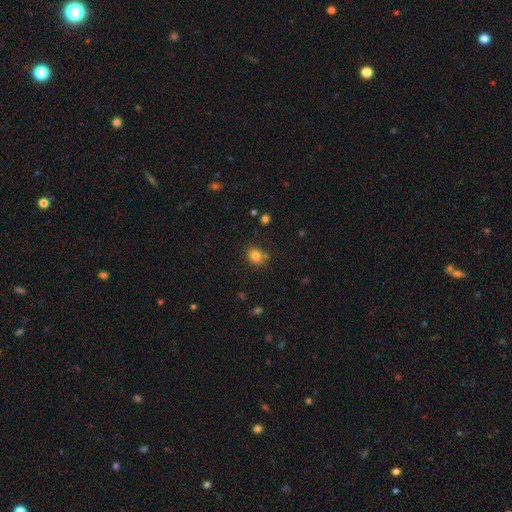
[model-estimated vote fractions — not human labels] This is likely a smooth galaxy (80%). How rounded: likely round (72%). Merging: likely none (75%).